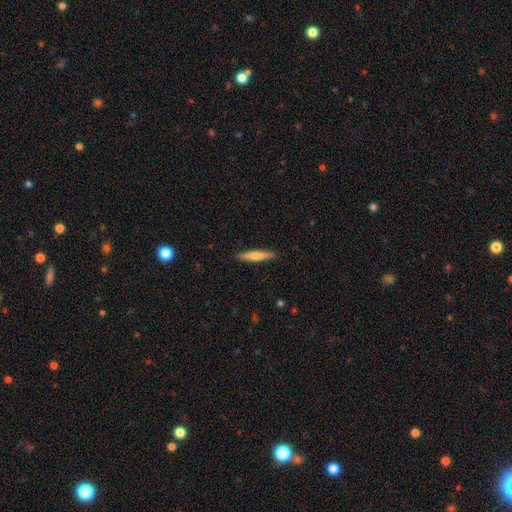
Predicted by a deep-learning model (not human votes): Overall: smooth (58%; featured or disk 37%). How rounded: cigar-shaped (92%). Merging: none (91%).